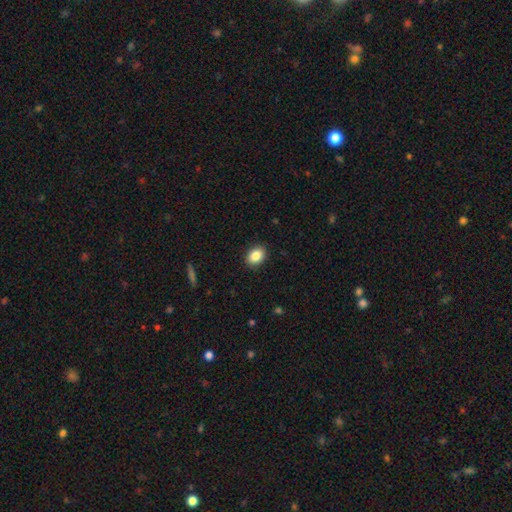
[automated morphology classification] Overall: smooth (86%). How rounded: in between (72%). Merging: none (90%).